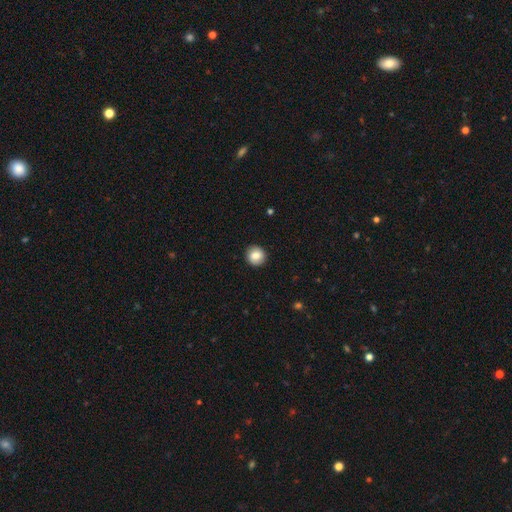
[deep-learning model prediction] Smooth or featured?
  - smooth: 83% *
  - featured or disk: 9%
  - star or artifact: 8%
How rounded?
  - round: 92% *
  - in between: 7%
  - cigar-shaped: 1%
Merging?
  - none: 92% *
  - minor disturbance: 6%
  - major disturbance: 2%
  - merger: 1%